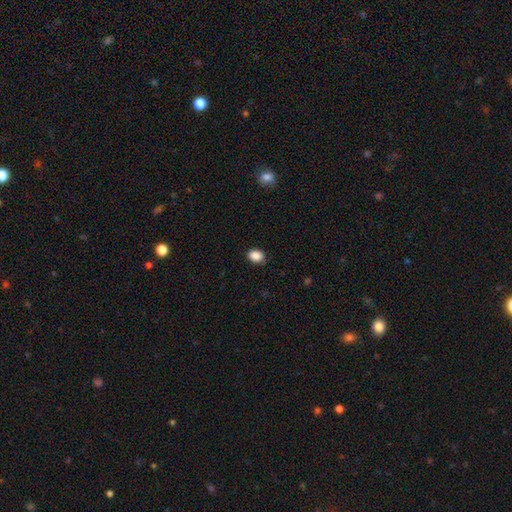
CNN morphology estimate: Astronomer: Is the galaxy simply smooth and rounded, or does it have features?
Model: smooth — 89%.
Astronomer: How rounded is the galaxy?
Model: in between — 64%.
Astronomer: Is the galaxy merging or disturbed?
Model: none — 86%.